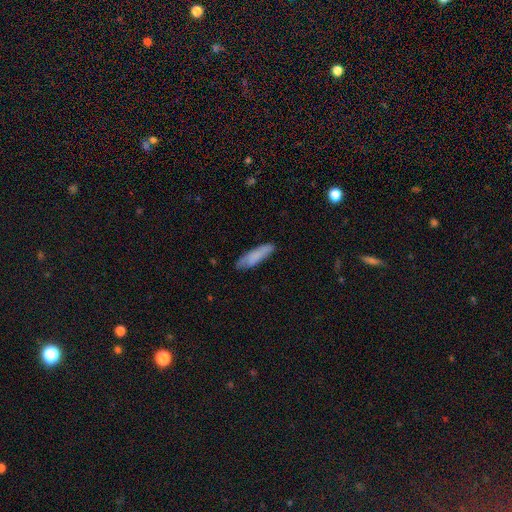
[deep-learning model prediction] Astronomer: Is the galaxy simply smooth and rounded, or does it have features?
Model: smooth — 77%.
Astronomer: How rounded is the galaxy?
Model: cigar-shaped — 68%.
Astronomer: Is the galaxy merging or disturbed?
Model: none — 76%.